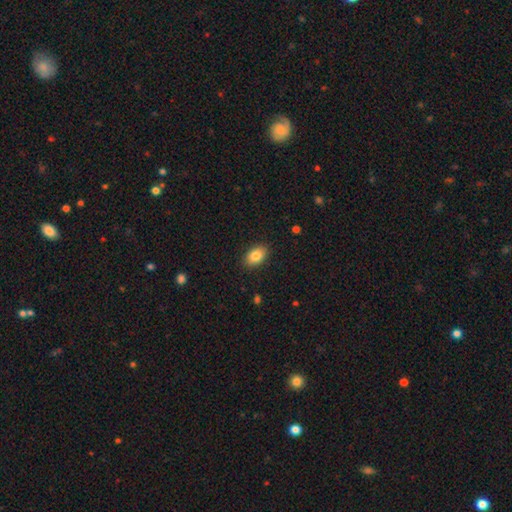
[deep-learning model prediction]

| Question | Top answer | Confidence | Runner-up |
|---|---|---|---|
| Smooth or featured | smooth | 84% | featured or disk (8%) |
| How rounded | in between | 87% | round (11%) |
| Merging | none | 88% | minor disturbance (9%) |